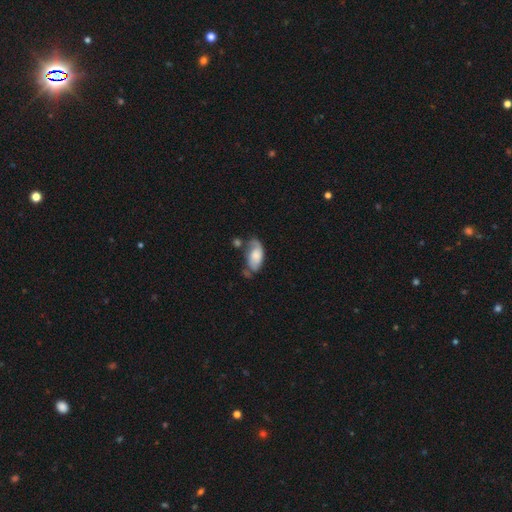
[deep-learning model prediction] smooth 53%, featured or disk 40%, star or artifact 7%. Down the decision tree: how rounded — in between (92%); merging — none (37%).